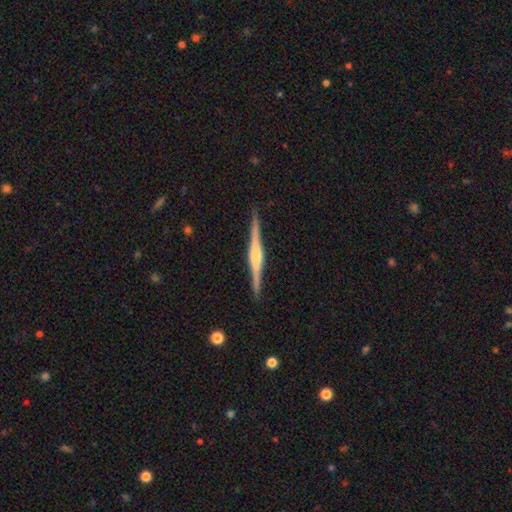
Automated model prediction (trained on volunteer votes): featured or disk 82%, smooth 13%, star or artifact 5%. Down the decision tree: edge-on disk — yes (98%); edge-on bulge — rounded (64%); merging — none (90%).